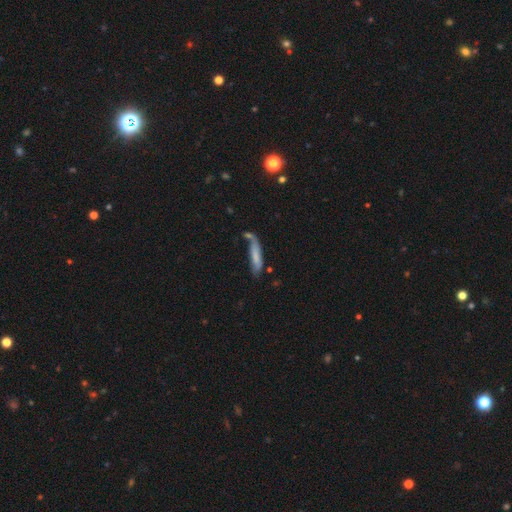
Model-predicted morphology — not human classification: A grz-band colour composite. It shows a smooth galaxy with no disk features (68%) that is cigar-shaped (75%). Merging: none (44%).